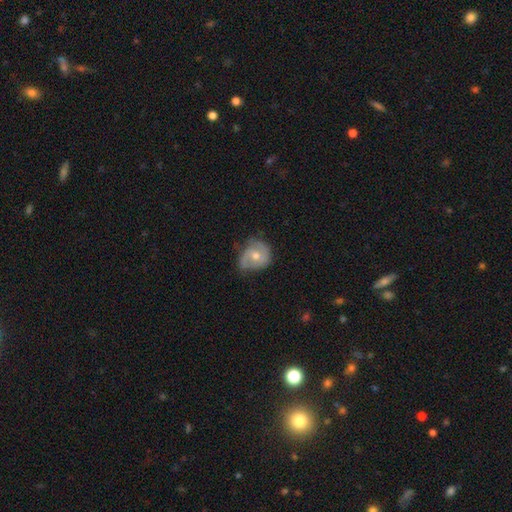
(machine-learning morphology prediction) smooth-or-featured: featured or disk: 55% | smooth: 37% | star or artifact: 8%
  disk-edge-on: no: 97% | yes: 3%
    bar: no: 71% | weak: 24% | strong: 6%
    has-spiral-arms: yes: 72% | no: 28%
    bulge-size: moderate: 61% | small: 35% | large: 2% | none: 1% | dominant: 1%
  merging: none: 48% | minor disturbance: 37% | major disturbance: 13% | merger: 2%